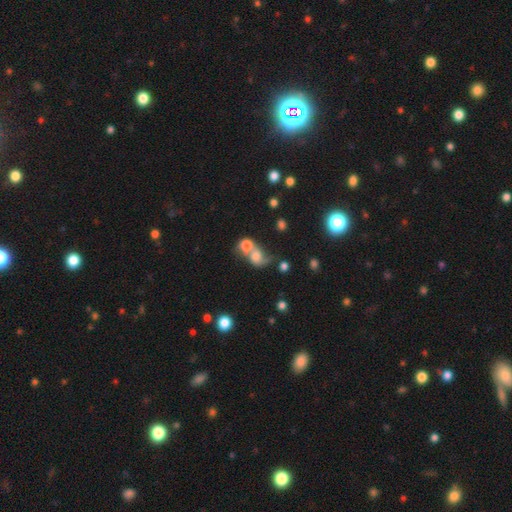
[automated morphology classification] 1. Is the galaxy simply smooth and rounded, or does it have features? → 60% smooth, 26% featured or disk, 13% star or artifact.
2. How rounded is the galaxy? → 56% round, 42% in between, 2% cigar-shaped.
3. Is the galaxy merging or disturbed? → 67% merger, 17% none, 9% major disturbance, 8% minor disturbance.